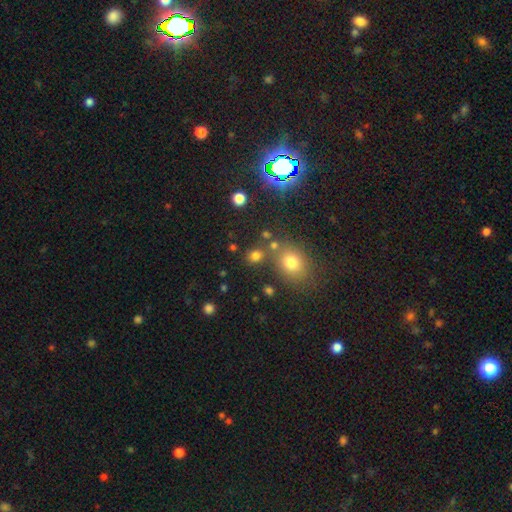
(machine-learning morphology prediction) smooth-or-featured: smooth: 74% | star or artifact: 19% | featured or disk: 7%
  how-rounded: round: 68% | in between: 31% | cigar-shaped: 1%
  merging: none: 72% | merger: 14% | minor disturbance: 10% | major disturbance: 4%